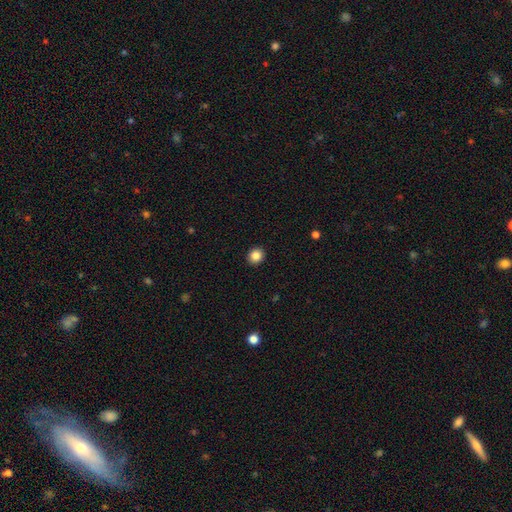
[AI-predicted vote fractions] smooth-or-featured: smooth: 85% | star or artifact: 10% | featured or disk: 4%
  how-rounded: round: 75% | in between: 24% | cigar-shaped: 1%
  merging: none: 92% | minor disturbance: 6% | major disturbance: 2% | merger: 1%